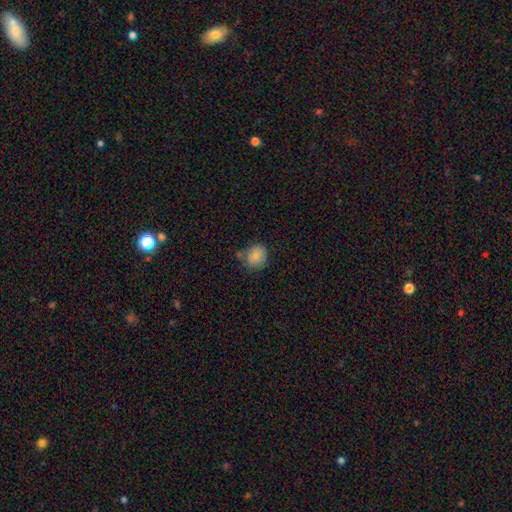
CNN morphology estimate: smooth_or_featured: smooth (p=0.84) [alt: star or artifact p=0.08]
how_rounded: round (p=0.74) [alt: in between p=0.25]
merging: none (p=0.71) [alt: minor disturbance p=0.18]